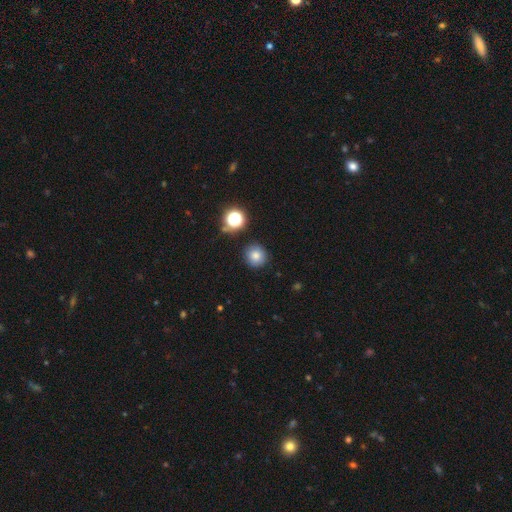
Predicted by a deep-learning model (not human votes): Smooth or featured? smooth (79%)
How rounded? round (92%)
Merging? none (88%)